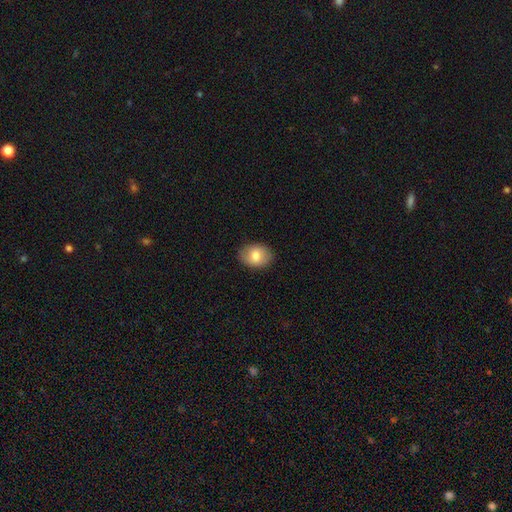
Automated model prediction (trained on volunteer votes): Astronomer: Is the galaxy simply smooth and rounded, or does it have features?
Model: smooth — 79%.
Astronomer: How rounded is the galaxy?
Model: in between — 73%.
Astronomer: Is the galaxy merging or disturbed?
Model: none — 87%.